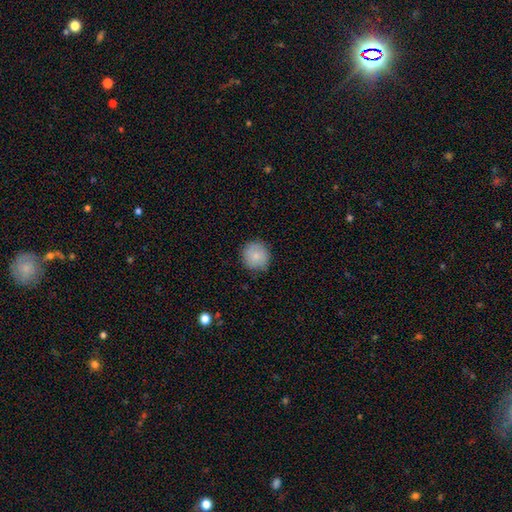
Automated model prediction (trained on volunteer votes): Smooth or featured?
  - smooth: 82% *
  - featured or disk: 10%
  - star or artifact: 8%
How rounded?
  - round: 93% *
  - in between: 6%
  - cigar-shaped: 1%
Merging?
  - none: 84% *
  - minor disturbance: 13%
  - major disturbance: 3%
  - merger: 1%